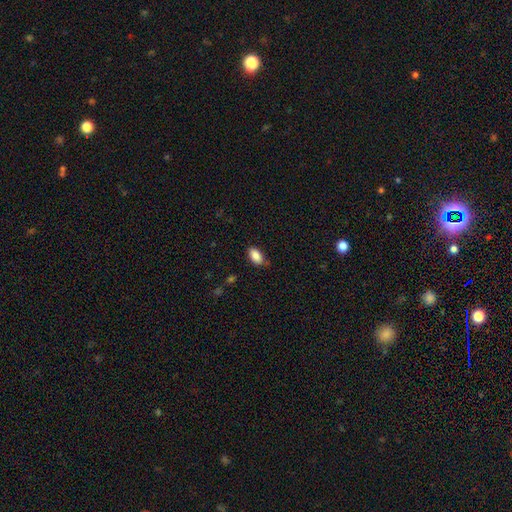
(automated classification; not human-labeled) Overall: smooth (88%). How rounded: in between (93%). Merging: none (79%).